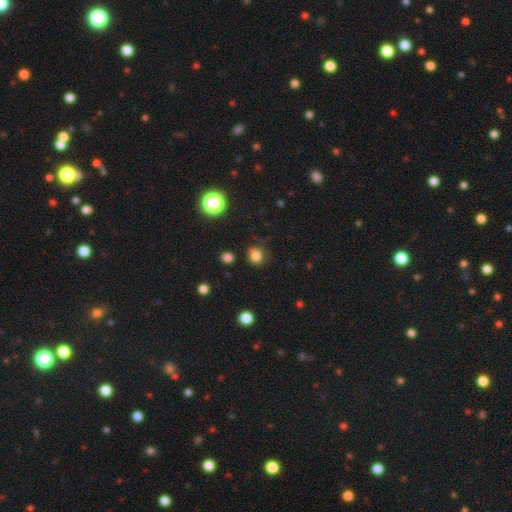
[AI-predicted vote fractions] Smooth or featured? smooth (80%)
How rounded? round (79%)
Merging? none (78%)